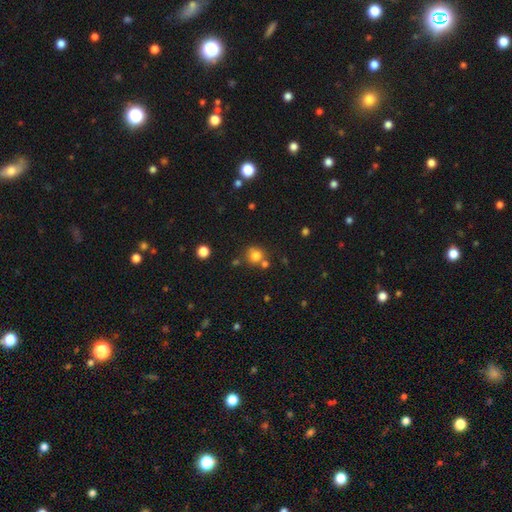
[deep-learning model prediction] Overall: smooth (78%). How rounded: round (86%). Merging: none (66%).